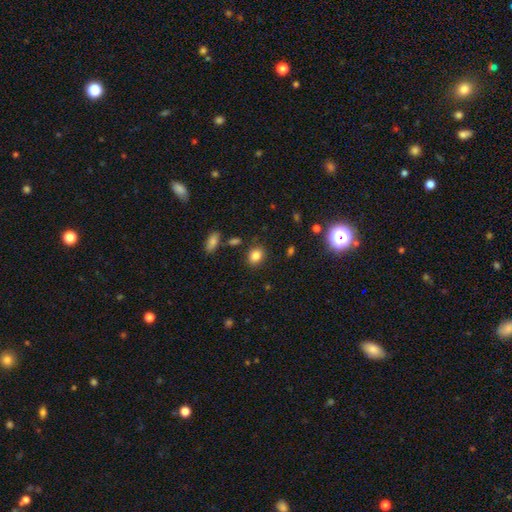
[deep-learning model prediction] Overall: smooth (82%). How rounded: round (56%; in between 43%). Merging: none (84%).